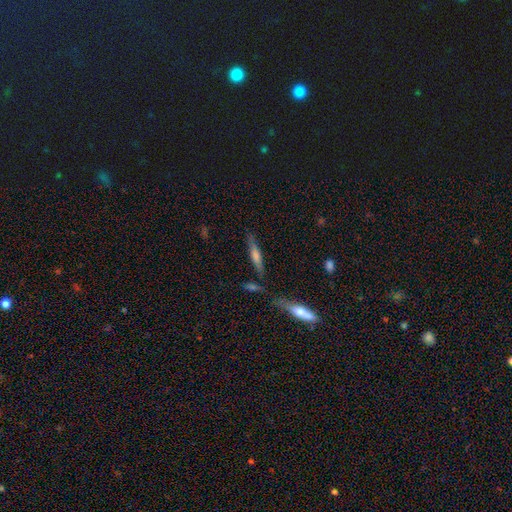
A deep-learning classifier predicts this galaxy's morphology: Smooth or featured?
  - featured or disk: 49% *
  - smooth: 43%
  - star or artifact: 8%
Merging?
  - none: 73% *
  - minor disturbance: 14%
  - merger: 9%
  - major disturbance: 4%